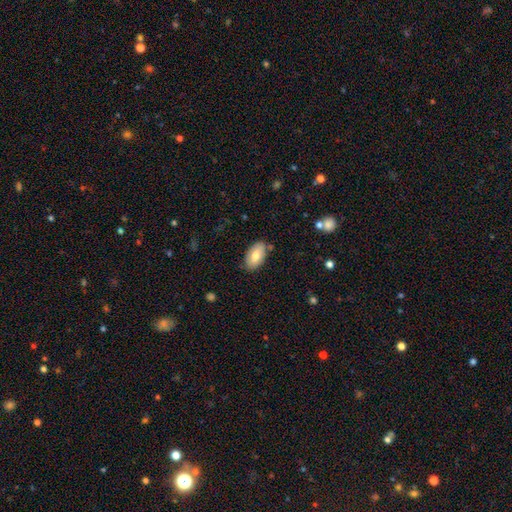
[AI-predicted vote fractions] A smooth galaxy with no disk features (72%) that is in between round and cigar-shaped (95%).

Vote fractions:
- Smooth or featured? smooth: 72% / featured or disk: 22% / star or artifact: 6%
- How rounded? in between: 95% / round: 4% / cigar-shaped: 2%
- Merging? none: 80% / minor disturbance: 15% / merger: 3% / major disturbance: 3%